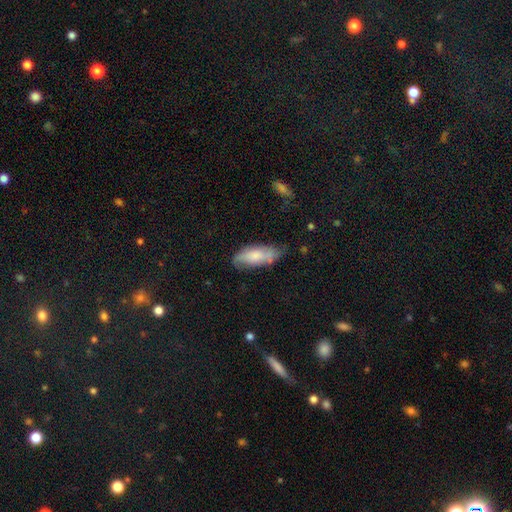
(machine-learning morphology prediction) smooth_or_featured: smooth (p=0.64) [alt: featured or disk p=0.30]
how_rounded: in between (p=0.76) [alt: cigar-shaped p=0.22]
merging: none (p=0.57) [alt: minor disturbance p=0.32]